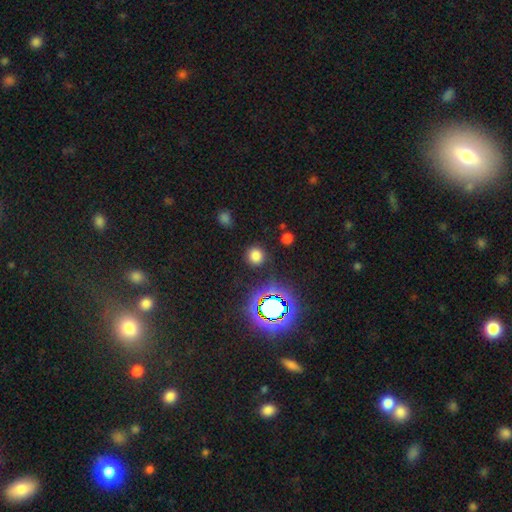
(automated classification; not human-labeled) The model was most divided on "smooth or featured": smooth: 73%, star or artifact: 21%, featured or disk: 6%. More confident: how rounded — round (91%); merging — none (88%).